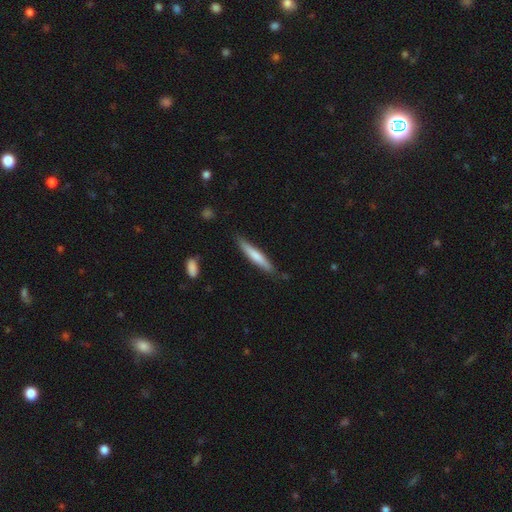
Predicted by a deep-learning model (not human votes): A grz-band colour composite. It shows a smooth galaxy with no disk features (66%) that is cigar-shaped (92%). Merging: none (83%).